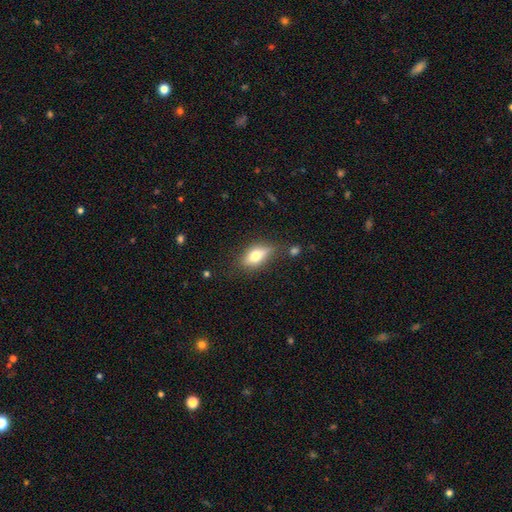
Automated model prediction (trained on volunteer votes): Overall: smooth (65%; featured or disk 27%). How rounded: in between (82%). Merging: none (66%).